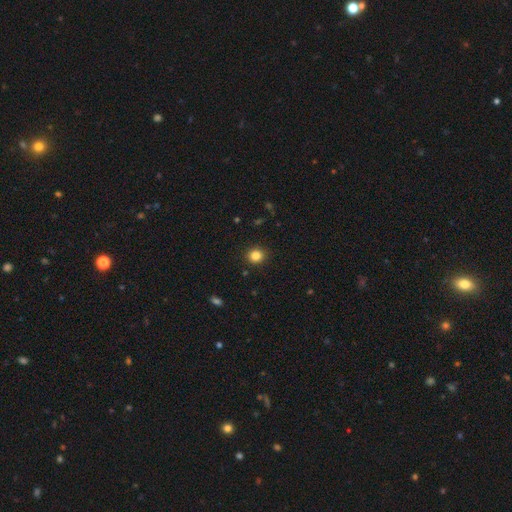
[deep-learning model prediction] This appears to be a smooth galaxy with no disk features (83%) that is round (84%). Merging: none (91%).